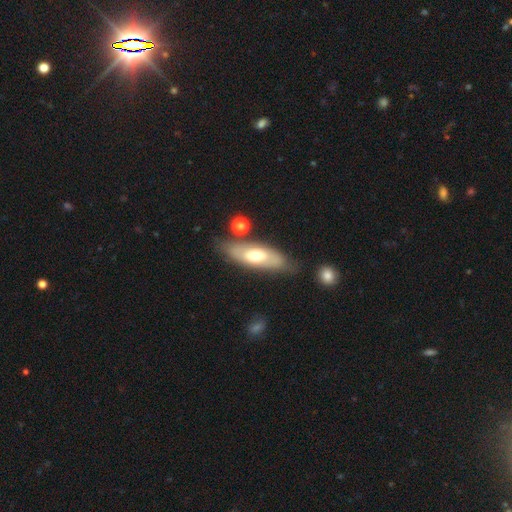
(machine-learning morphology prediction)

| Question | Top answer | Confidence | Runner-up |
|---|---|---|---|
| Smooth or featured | smooth | 53% | featured or disk (41%) |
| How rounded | in between | 64% | cigar-shaped (34%) |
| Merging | none | 74% | minor disturbance (16%) |